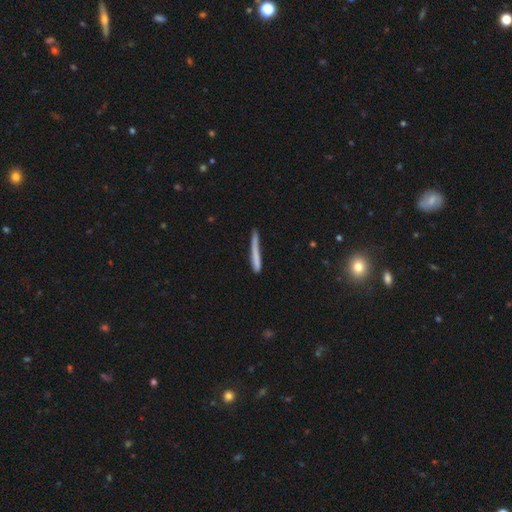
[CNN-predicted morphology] Smooth or featured? smooth (70%)
How rounded? cigar-shaped (96%)
Merging? none (73%)